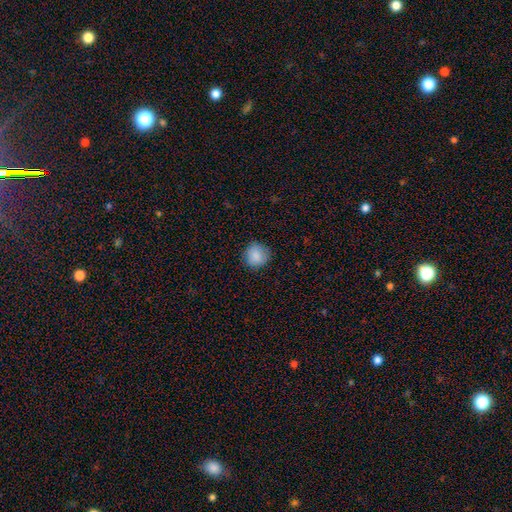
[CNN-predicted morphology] The model was most divided on "merging": none: 85%, minor disturbance: 11%, major disturbance: 3%, merger: 1%. More confident: how rounded — round (91%); smooth or featured — smooth (87%).